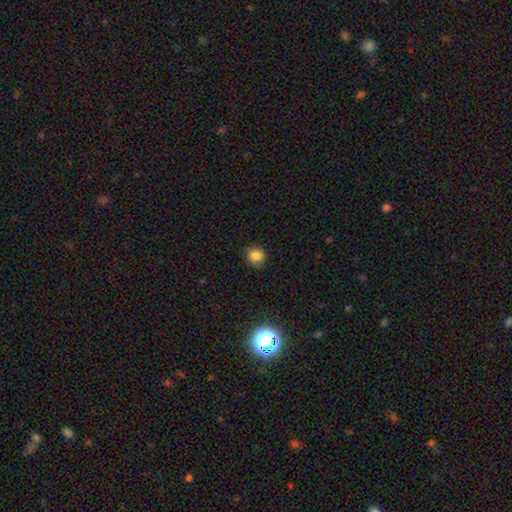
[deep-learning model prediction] A smooth galaxy with no disk features (84%) that is round (86%).

Vote fractions:
- Smooth or featured? smooth: 84% / star or artifact: 12% / featured or disk: 4%
- How rounded? round: 86% / in between: 13% / cigar-shaped: 1%
- Merging? none: 87% / minor disturbance: 10% / major disturbance: 2% / merger: 1%